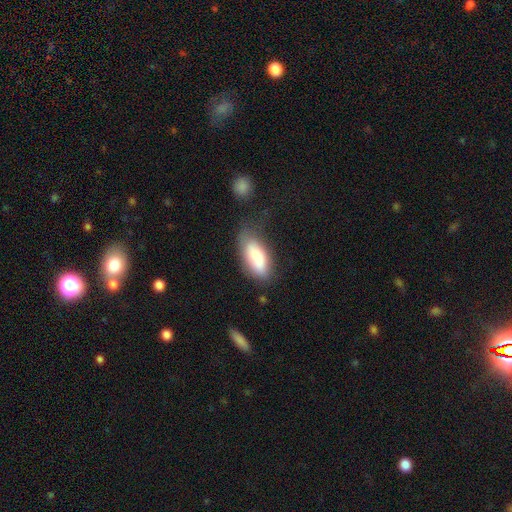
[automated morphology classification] A smooth galaxy with no disk features (78%) that is in between round and cigar-shaped (85%). Merging: none (55%).